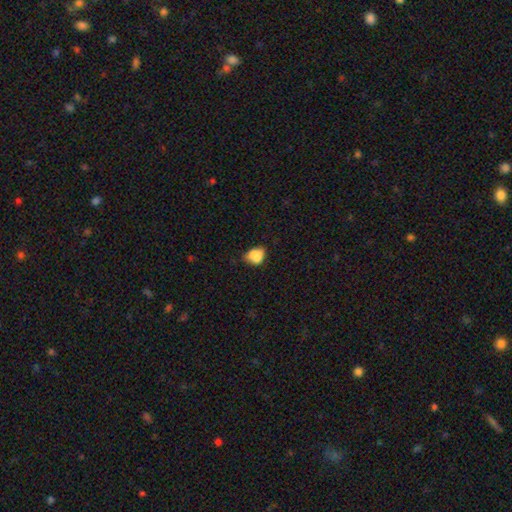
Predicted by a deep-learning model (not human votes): smooth 77%, featured or disk 13%, star or artifact 10%. Down the decision tree: how rounded — in between (65%); merging — none (43%).